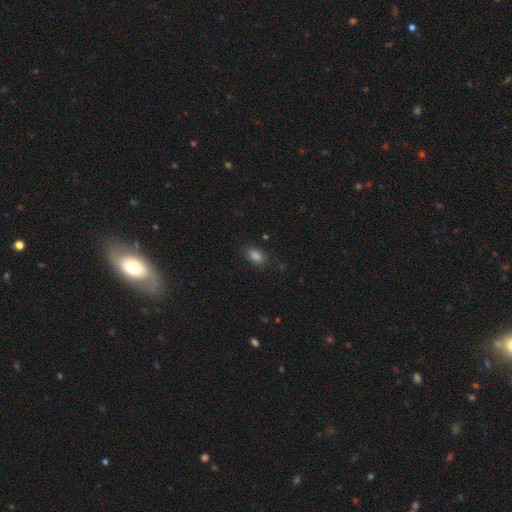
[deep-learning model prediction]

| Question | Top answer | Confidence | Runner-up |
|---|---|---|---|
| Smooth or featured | smooth | 82% | star or artifact (12%) |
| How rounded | in between | 88% | round (8%) |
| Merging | none | 81% | minor disturbance (14%) |